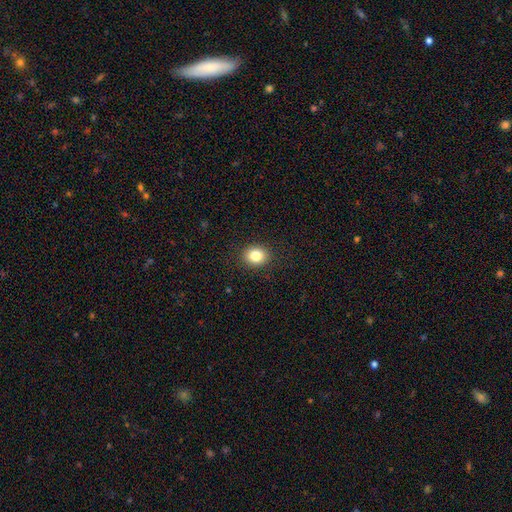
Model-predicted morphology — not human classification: Smooth or featured?
  - smooth: 83% *
  - star or artifact: 10%
  - featured or disk: 6%
How rounded?
  - round: 60% *
  - in between: 39%
  - cigar-shaped: 1%
Merging?
  - none: 90% *
  - minor disturbance: 7%
  - major disturbance: 2%
  - merger: 1%